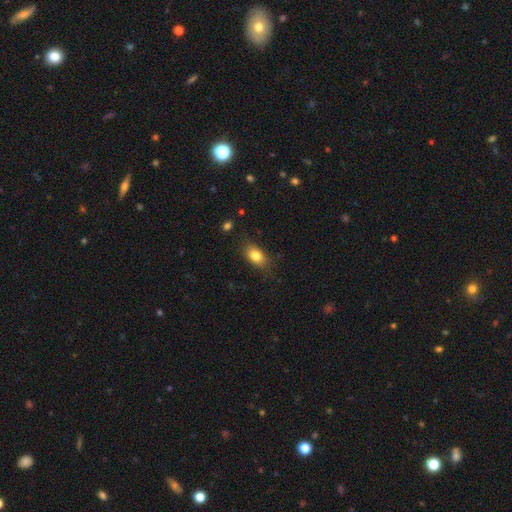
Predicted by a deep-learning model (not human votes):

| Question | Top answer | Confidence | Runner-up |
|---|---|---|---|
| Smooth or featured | smooth | 81% | featured or disk (10%) |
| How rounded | in between | 82% | round (14%) |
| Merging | none | 79% | minor disturbance (15%) |